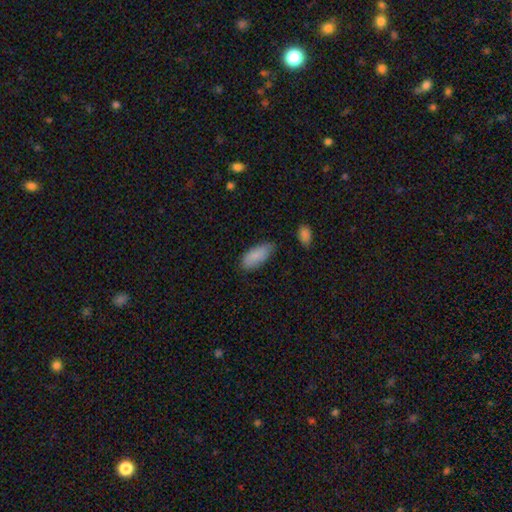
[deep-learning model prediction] Smooth or featured?
  - smooth: 86% *
  - featured or disk: 7%
  - star or artifact: 7%
How rounded?
  - in between: 88% *
  - cigar-shaped: 10%
  - round: 2%
Merging?
  - none: 64% *
  - minor disturbance: 27%
  - major disturbance: 5%
  - merger: 3%